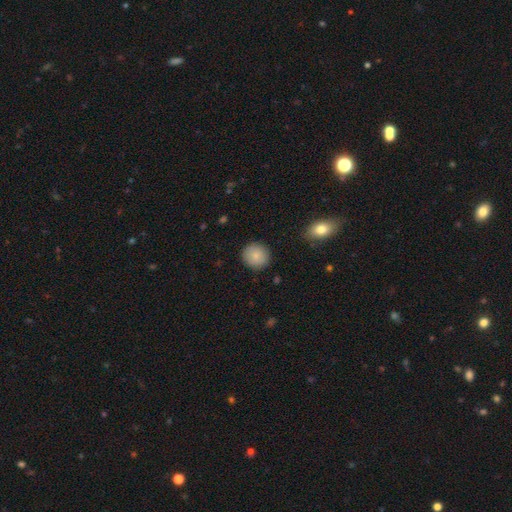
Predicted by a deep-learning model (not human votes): Q: Smooth or featured?
A: smooth (86%); runner-up: star or artifact (8%)
Q: How rounded?
A: round (91%); runner-up: in between (8%)
Q: Merging?
A: none (90%); runner-up: minor disturbance (7%)